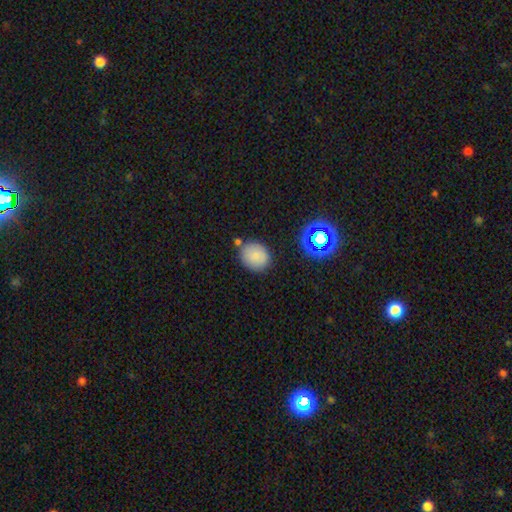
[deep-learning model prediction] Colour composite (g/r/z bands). It shows a smooth galaxy with no disk features (81%) that is round (68%). Merging: none (76%).